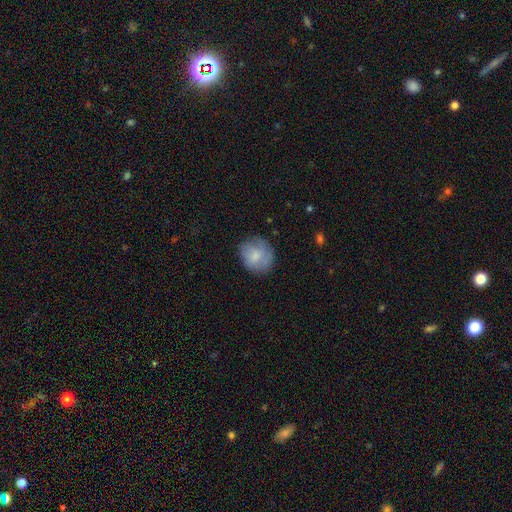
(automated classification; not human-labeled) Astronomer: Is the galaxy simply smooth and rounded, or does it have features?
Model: smooth — 75%.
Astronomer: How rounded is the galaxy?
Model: round — 77%.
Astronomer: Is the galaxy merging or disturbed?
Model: none — 72%.